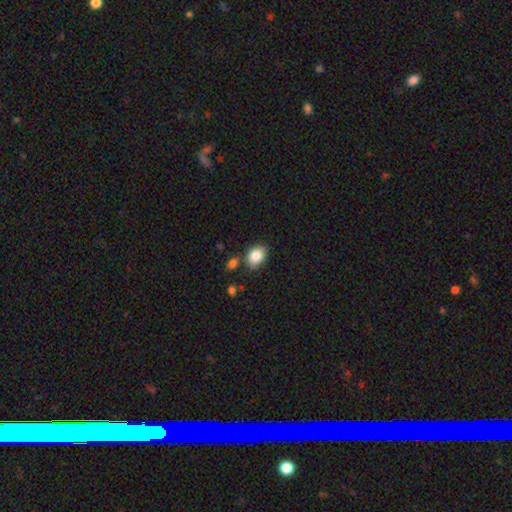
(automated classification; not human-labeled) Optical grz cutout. It shows a smooth galaxy with no disk features (84%) that is in between round and cigar-shaped (73%). Merging: none (73%).